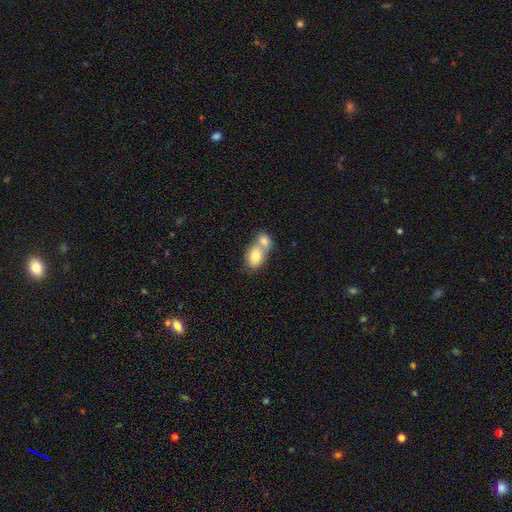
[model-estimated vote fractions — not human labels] This appears to be a smooth galaxy with no disk features (76%) that is in between round and cigar-shaped (76%). Merging: merger (67%).